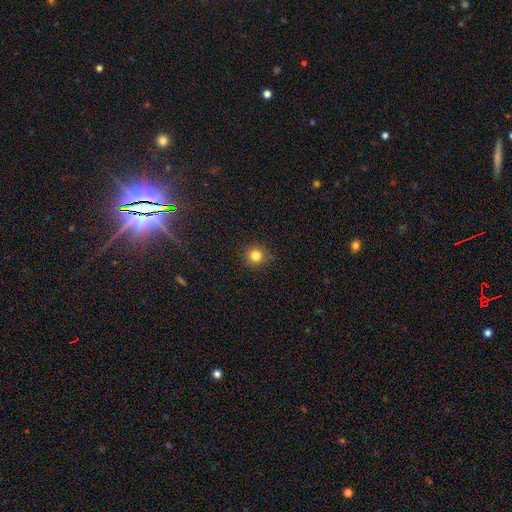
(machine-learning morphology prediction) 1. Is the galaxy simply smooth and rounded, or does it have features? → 82% smooth, 12% star or artifact, 5% featured or disk.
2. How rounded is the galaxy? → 92% round, 7% in between, 1% cigar-shaped.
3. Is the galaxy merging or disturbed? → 89% none, 8% minor disturbance, 2% major disturbance, 1% merger.